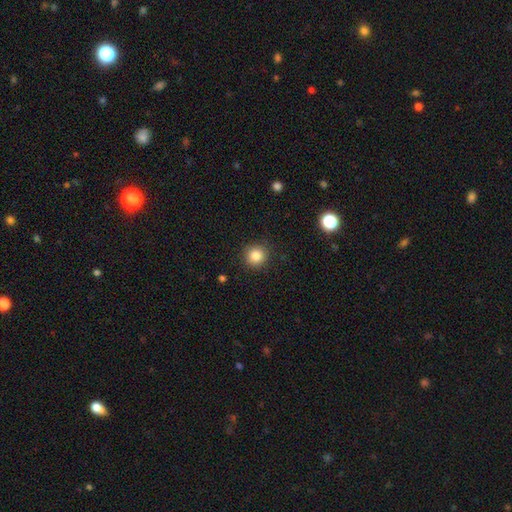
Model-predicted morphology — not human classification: smooth-or-featured: smooth: 85% | star or artifact: 11% | featured or disk: 5%
  how-rounded: round: 92% | in between: 7% | cigar-shaped: 1%
  merging: none: 89% | minor disturbance: 7% | major disturbance: 2% | merger: 1%